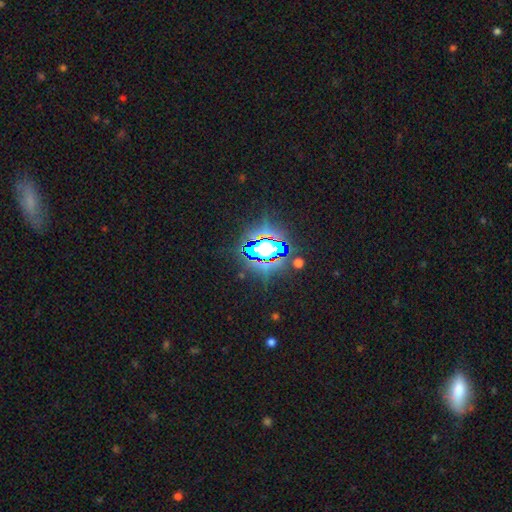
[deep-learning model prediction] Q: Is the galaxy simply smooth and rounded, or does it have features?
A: star or artifact — 79%.